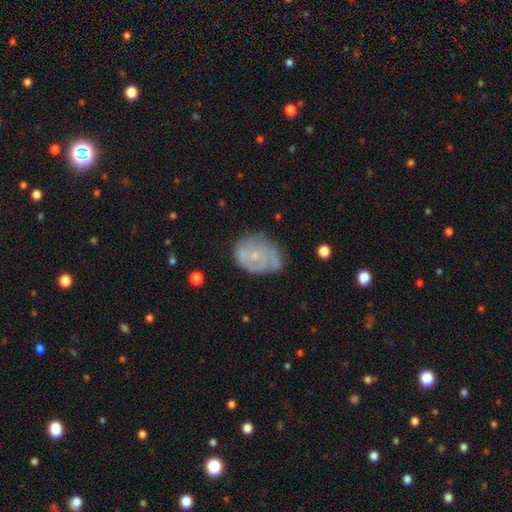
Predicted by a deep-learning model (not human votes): smooth_or_featured: featured or disk (p=0.64) [alt: smooth p=0.28]
disk_edge_on: no (p=0.97) [alt: yes p=0.03]
bar: no (p=0.76) [alt: weak p=0.21]
has_spiral_arms: yes (p=0.76) [alt: no p=0.24]
bulge_size: small (p=0.72) [alt: moderate p=0.19]
merging: none (p=0.61) [alt: minor disturbance p=0.26]